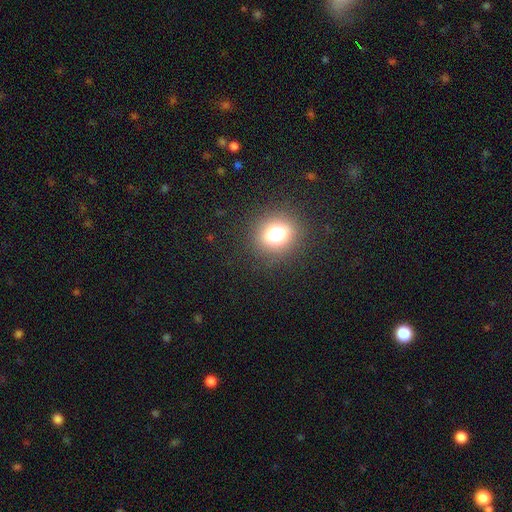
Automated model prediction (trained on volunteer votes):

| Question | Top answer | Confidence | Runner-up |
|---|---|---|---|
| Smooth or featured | smooth | 71% | star or artifact (22%) |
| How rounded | round | 79% | in between (20%) |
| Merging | none | 93% | minor disturbance (5%) |